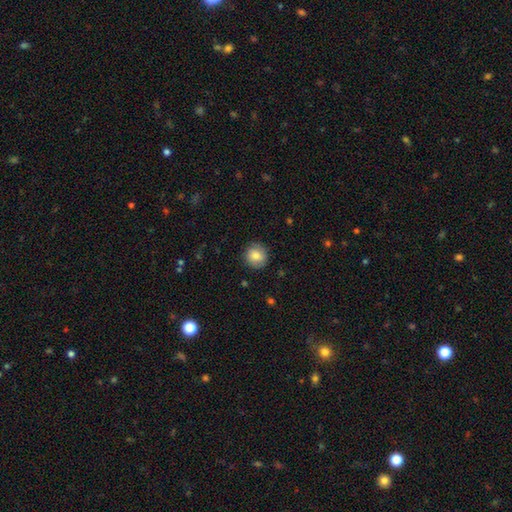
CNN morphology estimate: smooth-or-featured: smooth: 84% | star or artifact: 8% | featured or disk: 8%
  how-rounded: round: 91% | in between: 8% | cigar-shaped: 1%
  merging: none: 88% | minor disturbance: 9% | major disturbance: 2% | merger: 1%